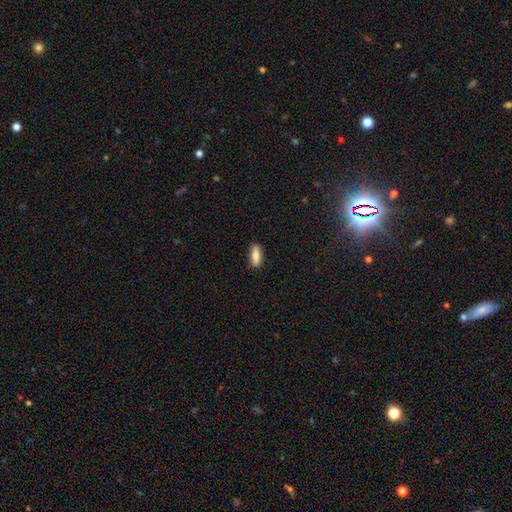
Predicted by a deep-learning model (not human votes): smooth_or_featured: smooth (p=0.82) [alt: featured or disk p=0.11]
how_rounded: in between (p=0.63) [alt: cigar-shaped p=0.35]
merging: none (p=0.87) [alt: minor disturbance p=0.10]